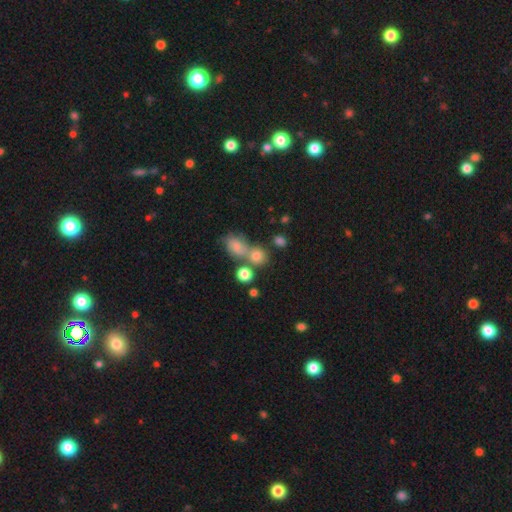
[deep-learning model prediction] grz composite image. It shows a smooth galaxy with no disk features (56%) that is round (73%). Merging: none (53%).